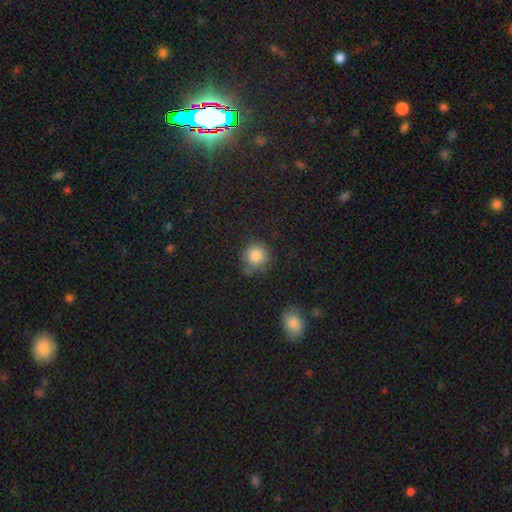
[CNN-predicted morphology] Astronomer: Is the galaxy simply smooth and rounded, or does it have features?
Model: smooth — 84%.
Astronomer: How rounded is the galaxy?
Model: round — 92%.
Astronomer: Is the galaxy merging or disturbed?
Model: none — 74%.